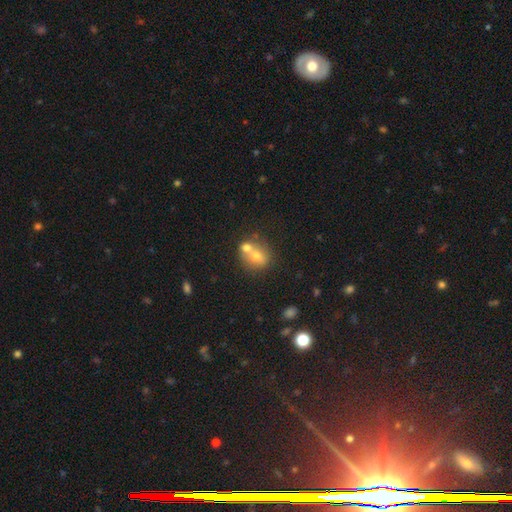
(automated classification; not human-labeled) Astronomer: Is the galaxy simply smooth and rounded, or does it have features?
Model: smooth — 66%.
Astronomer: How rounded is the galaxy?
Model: round — 66%.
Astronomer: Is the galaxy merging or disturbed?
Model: merger — 54% (runner-up: none, 35%).